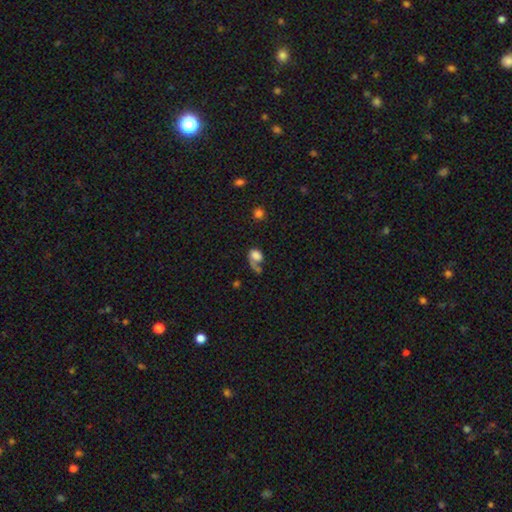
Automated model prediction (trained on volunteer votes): A smooth galaxy with no disk features (59%) that is in between round and cigar-shaped (69%). Merging: major disturbance (33%).